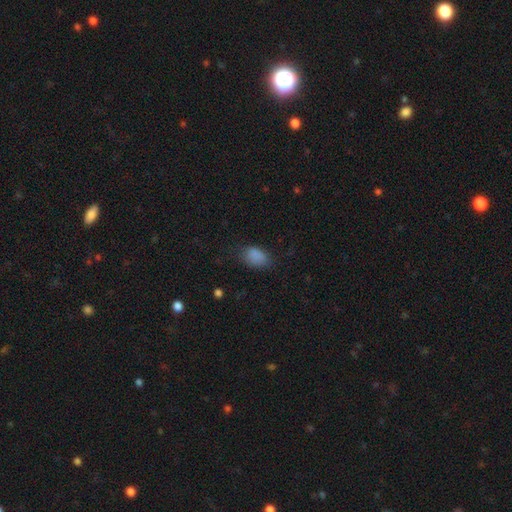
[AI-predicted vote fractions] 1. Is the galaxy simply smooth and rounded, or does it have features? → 85% smooth, 10% star or artifact, 5% featured or disk.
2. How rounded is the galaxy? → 86% in between, 12% round, 1% cigar-shaped.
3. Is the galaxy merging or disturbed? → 68% none, 23% minor disturbance, 7% major disturbance, 1% merger.